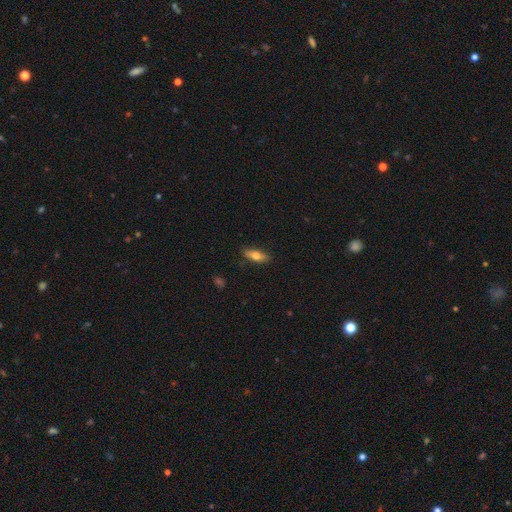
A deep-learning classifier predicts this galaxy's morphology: This appears to be a smooth galaxy with no disk features (71%) that is in between round and cigar-shaped (66%). Merging: none (84%).